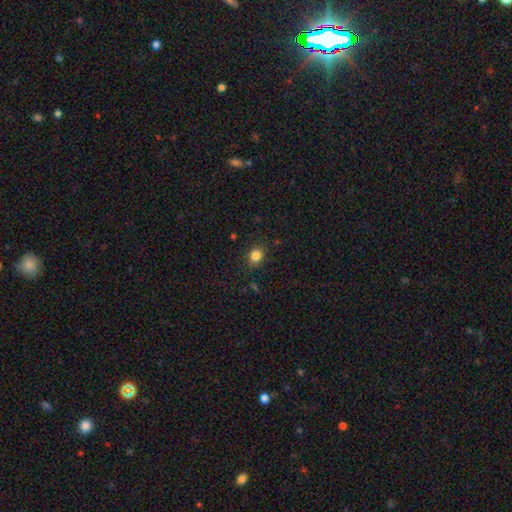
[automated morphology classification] Q: Smooth or featured?
A: smooth (83%); runner-up: star or artifact (12%)
Q: How rounded?
A: round (62%); runner-up: in between (37%)
Q: Merging?
A: none (85%); runner-up: minor disturbance (10%)